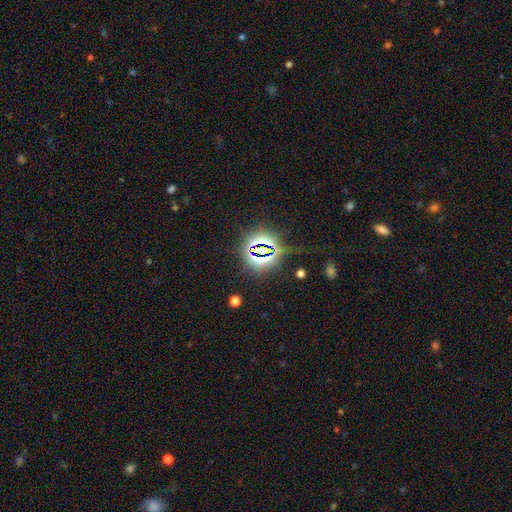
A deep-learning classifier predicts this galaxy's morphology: Smooth or featured: star or artifact — 81% (smooth — 11%)